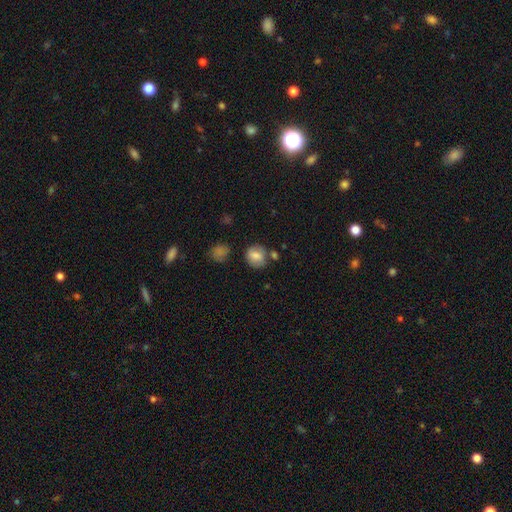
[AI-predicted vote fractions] A smooth galaxy with no disk features (77%) that is round (72%).

Vote fractions:
- Smooth or featured? smooth: 77% / featured or disk: 14% / star or artifact: 9%
- How rounded? round: 72% / in between: 26% / cigar-shaped: 1%
- Merging? none: 66% / minor disturbance: 18% / merger: 11% / major disturbance: 6%